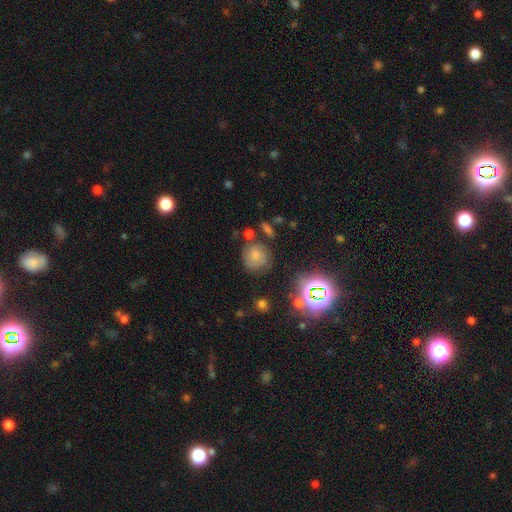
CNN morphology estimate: Q: Smooth or featured?
A: smooth (70%); runner-up: star or artifact (18%)
Q: How rounded?
A: round (85%); runner-up: in between (14%)
Q: Merging?
A: none (65%); runner-up: minor disturbance (19%)